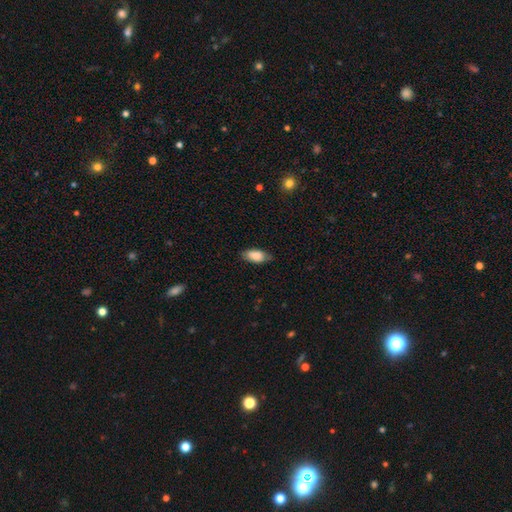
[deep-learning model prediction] Smooth or featured? Predicted: smooth (p=0.85). How rounded? Predicted: in between (p=0.90). Merging? Predicted: none (p=0.75).